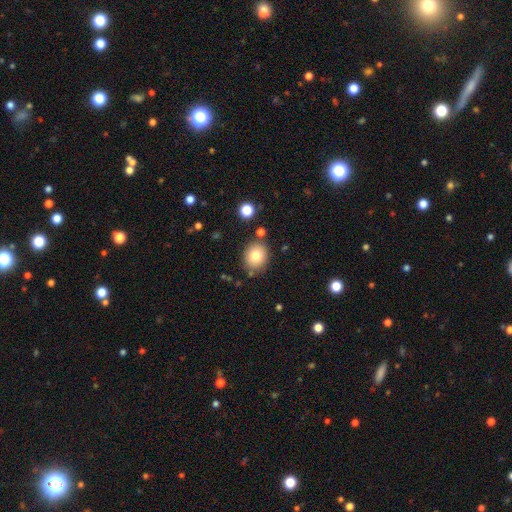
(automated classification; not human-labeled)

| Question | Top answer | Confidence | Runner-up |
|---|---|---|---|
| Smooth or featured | smooth | 79% | star or artifact (11%) |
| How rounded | round | 72% | in between (27%) |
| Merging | none | 81% | minor disturbance (10%) |